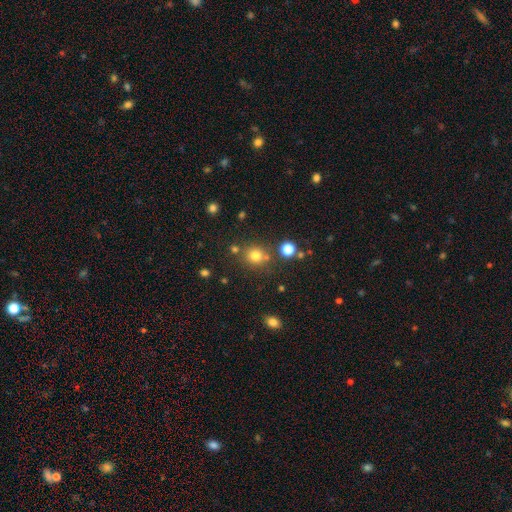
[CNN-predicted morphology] smooth 76%, star or artifact 16%, featured or disk 7%. Down the decision tree: how rounded — round (85%); merging — none (74%).